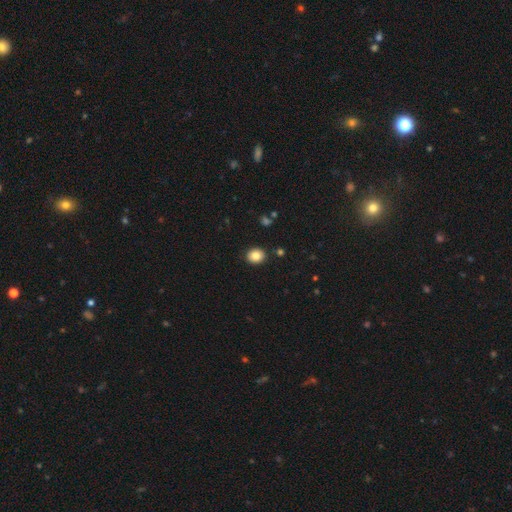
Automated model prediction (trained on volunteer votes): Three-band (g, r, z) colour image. It shows a smooth galaxy with no disk features (84%) that is round (67%). Merging: none (90%).